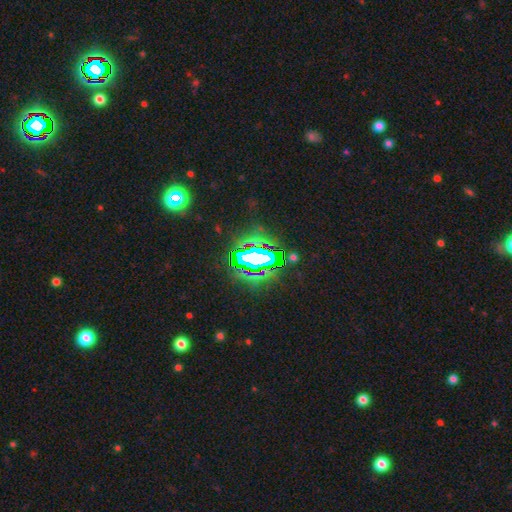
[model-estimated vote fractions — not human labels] star or artifact 70%, featured or disk 17%, smooth 13%.